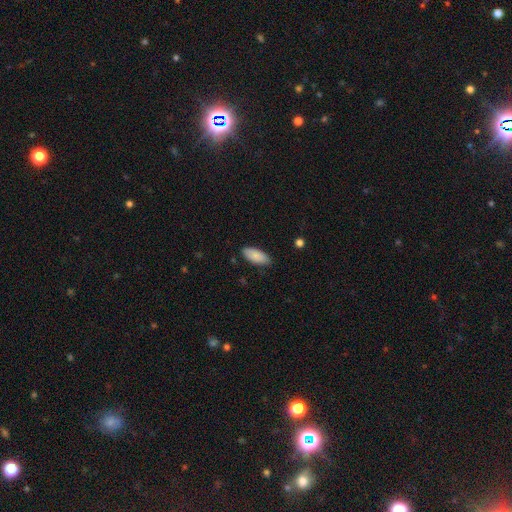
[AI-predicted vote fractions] Overall: smooth (88%). How rounded: in between (87%). Merging: none (83%).